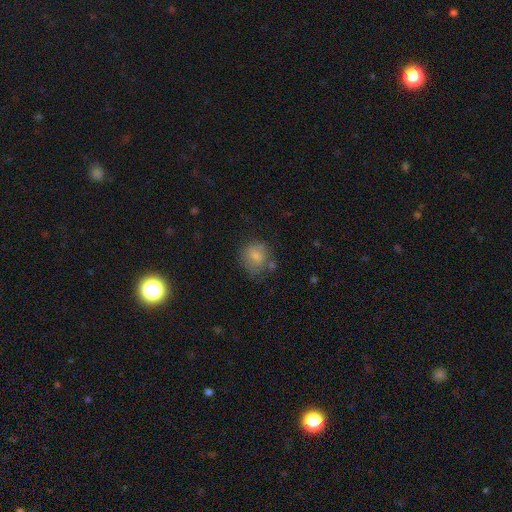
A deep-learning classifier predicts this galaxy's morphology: Smooth or featured?
  - smooth: 73% *
  - featured or disk: 17%
  - star or artifact: 9%
How rounded?
  - round: 73% *
  - in between: 26%
  - cigar-shaped: 1%
Merging?
  - none: 56% *
  - minor disturbance: 25%
  - major disturbance: 12%
  - merger: 8%